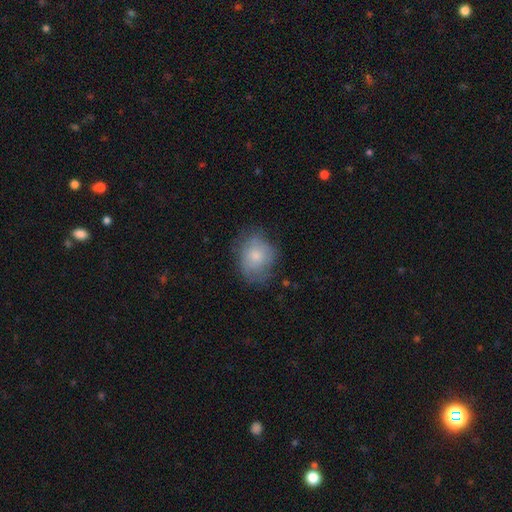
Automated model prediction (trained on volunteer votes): Smooth or featured? smooth (68%)
How rounded? in between (53%)
Merging? none (58%)